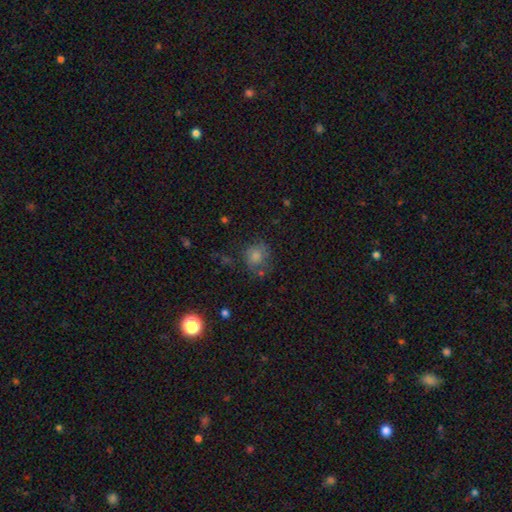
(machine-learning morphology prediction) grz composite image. It shows a smooth galaxy with no disk features (73%) that is round (74%). Merging: none (56%).